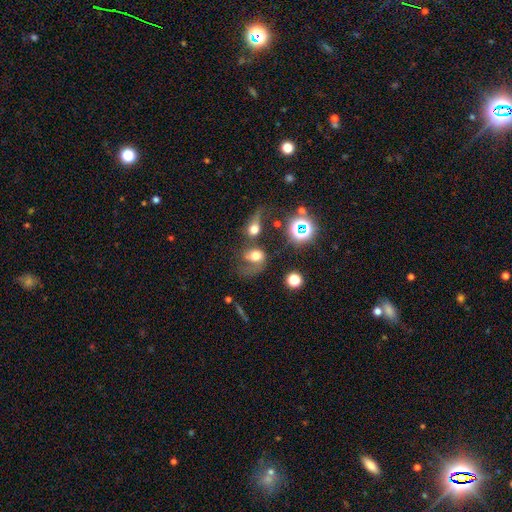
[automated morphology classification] Q: Smooth or featured?
A: smooth (52%); runner-up: featured or disk (32%)
Q: How rounded?
A: round (50%); runner-up: in between (49%)
Q: Merging?
A: major disturbance (38%); runner-up: merger (29%)